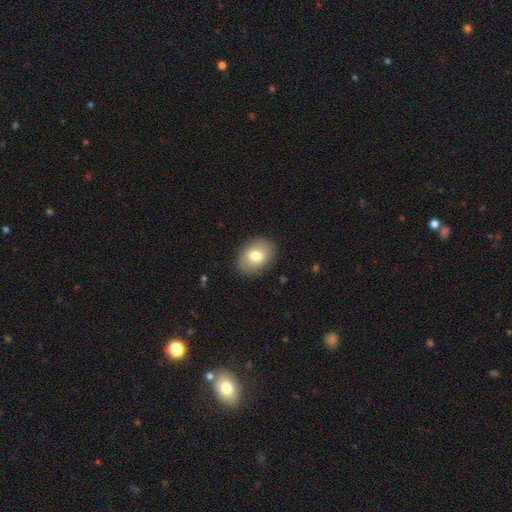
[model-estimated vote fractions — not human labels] This appears to be a smooth galaxy with no disk features (77%) that is in between round and cigar-shaped (68%). Merging: none (88%).